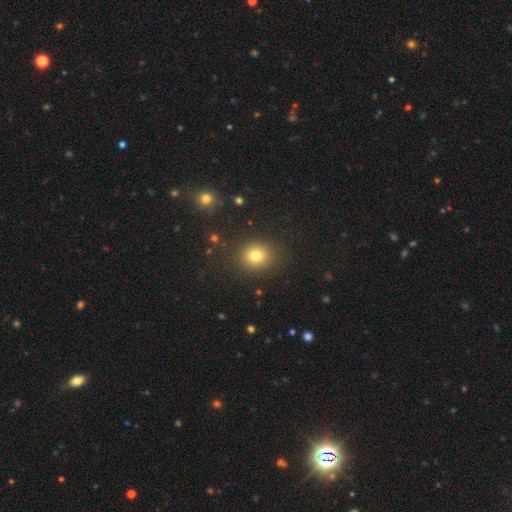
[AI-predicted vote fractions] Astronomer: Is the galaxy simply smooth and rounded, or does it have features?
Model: smooth — 79%.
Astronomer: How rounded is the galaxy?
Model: round — 80%.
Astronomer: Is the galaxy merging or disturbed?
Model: none — 88%.